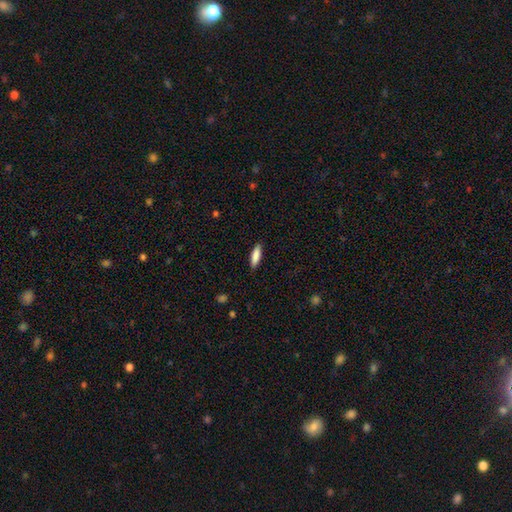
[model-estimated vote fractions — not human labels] smooth 86%, featured or disk 9%, star or artifact 6%. Down the decision tree: how rounded — cigar-shaped (59%); merging — none (88%).